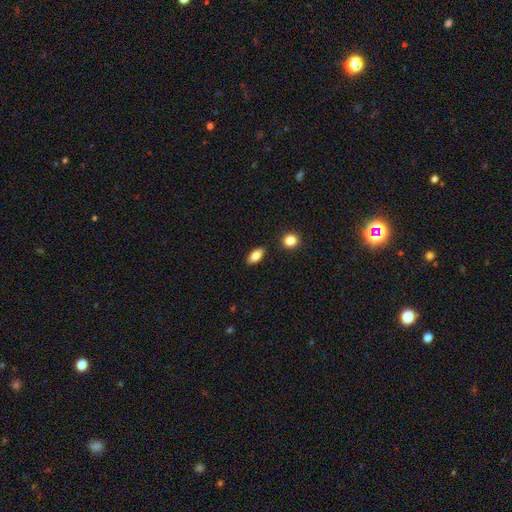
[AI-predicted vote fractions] This is likely a smooth galaxy (80%). How rounded: clearly in between (88%). Merging: clearly none (87%).